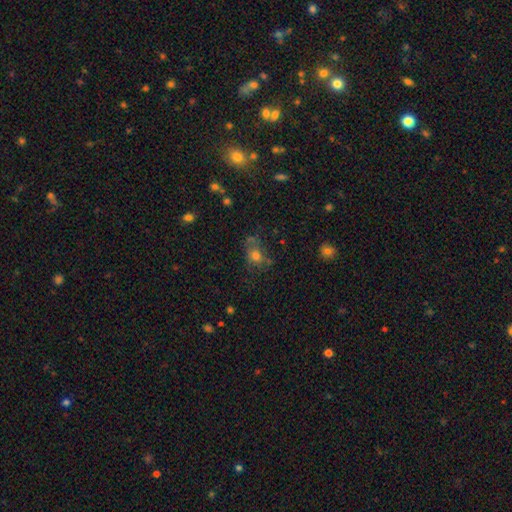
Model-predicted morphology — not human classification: This appears to be a smooth galaxy with no disk features (67%) that is round (54%). Merging: none (50%).